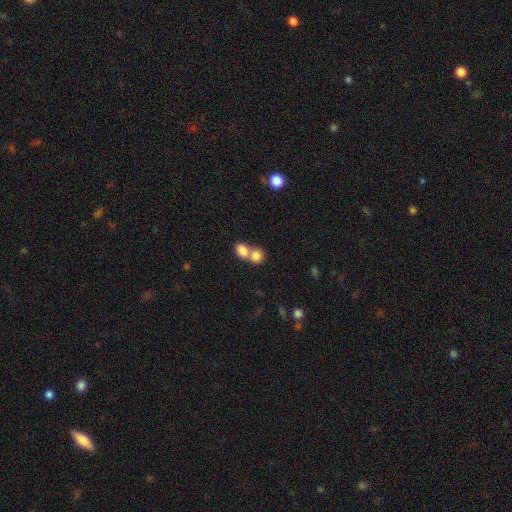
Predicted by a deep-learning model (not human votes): smooth 82%, featured or disk 9%, star or artifact 9%. Down the decision tree: how rounded — round (59%); merging — merger (64%).